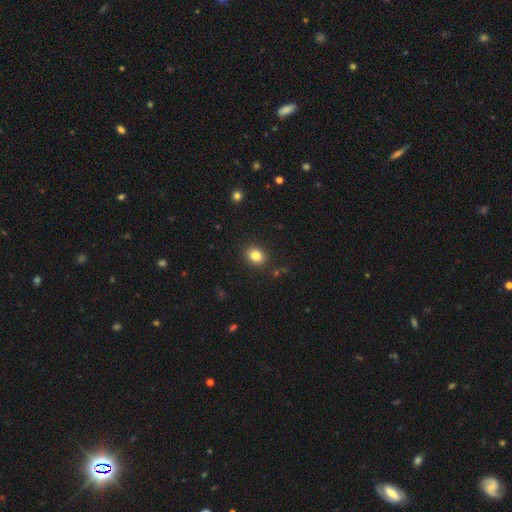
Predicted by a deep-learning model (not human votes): A smooth galaxy with no disk features (83%) that is round (53%). Merging: none (89%).